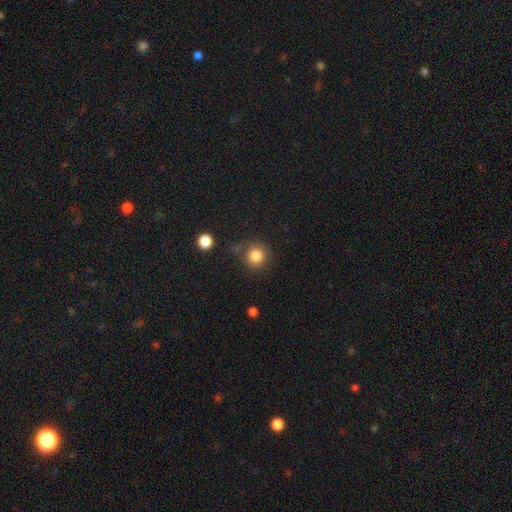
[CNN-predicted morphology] A smooth galaxy with no disk features (84%) that is round (92%). Merging: none (80%).